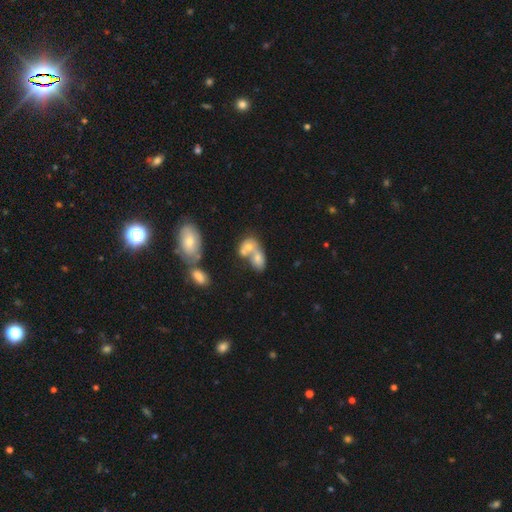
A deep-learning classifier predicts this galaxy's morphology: Smooth or featured? Predicted: smooth (p=0.57). How rounded? Predicted: in between (p=0.73). Merging? Predicted: merger (p=0.67).